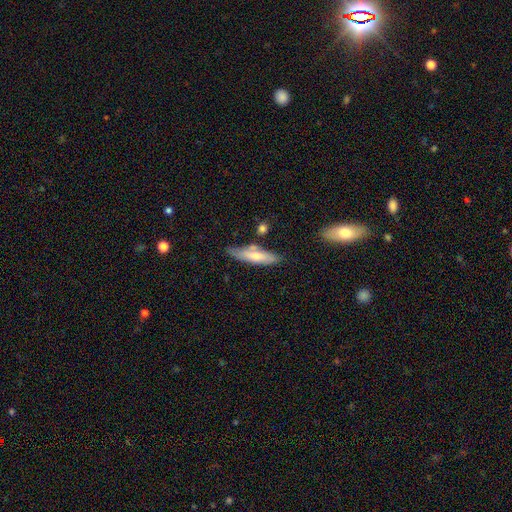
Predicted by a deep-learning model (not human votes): The model was most divided on "smooth or featured": smooth: 61%, featured or disk: 33%, star or artifact: 6%. More confident: how rounded — cigar-shaped (67%); merging — none (65%).